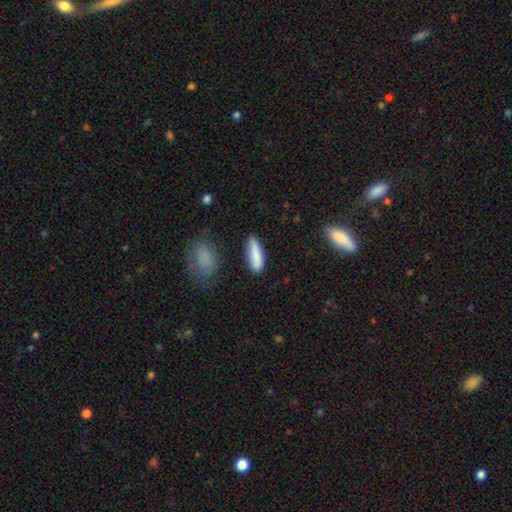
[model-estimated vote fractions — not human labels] This appears to be a smooth galaxy with no disk features (83%) that is cigar-shaped (55%). Merging: none (74%).